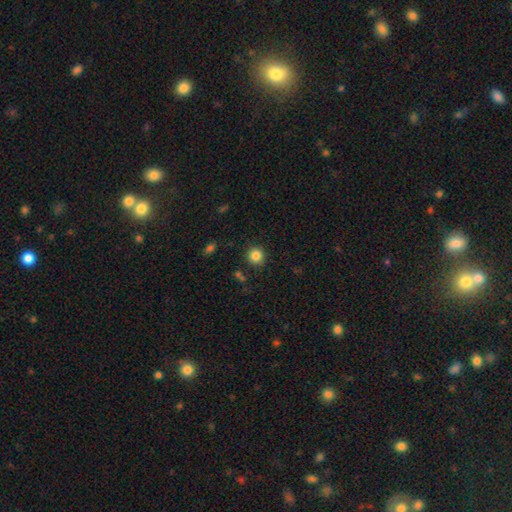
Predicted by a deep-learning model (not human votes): Q: Smooth or featured?
A: smooth (85%); runner-up: star or artifact (11%)
Q: How rounded?
A: round (92%); runner-up: in between (7%)
Q: Merging?
A: none (89%); runner-up: minor disturbance (7%)